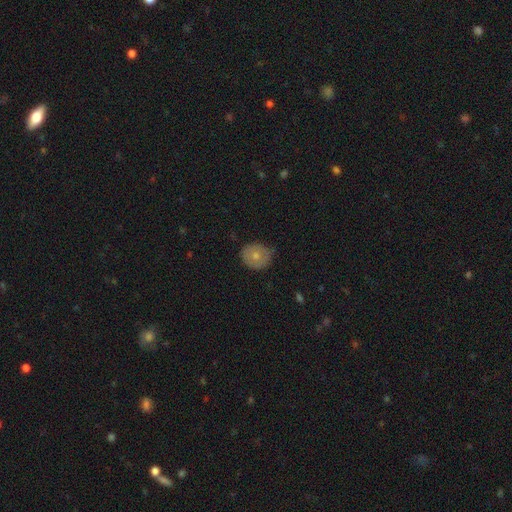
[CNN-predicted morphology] Q: Smooth or featured?
A: smooth (67%); runner-up: featured or disk (25%)
Q: How rounded?
A: round (76%); runner-up: in between (23%)
Q: Merging?
A: none (74%); runner-up: minor disturbance (21%)